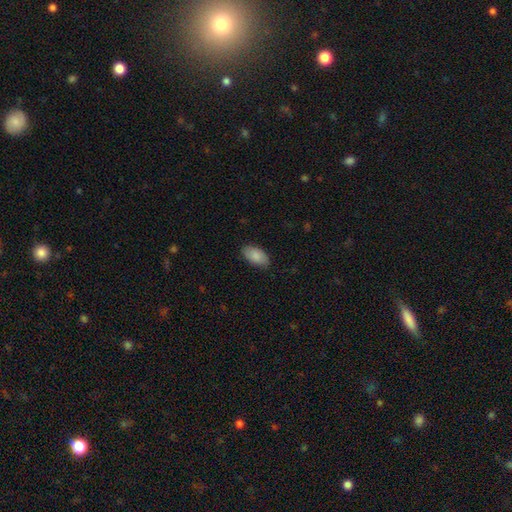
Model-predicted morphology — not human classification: type=smooth (87%); roundness=in between (95%); merging=none (84%).